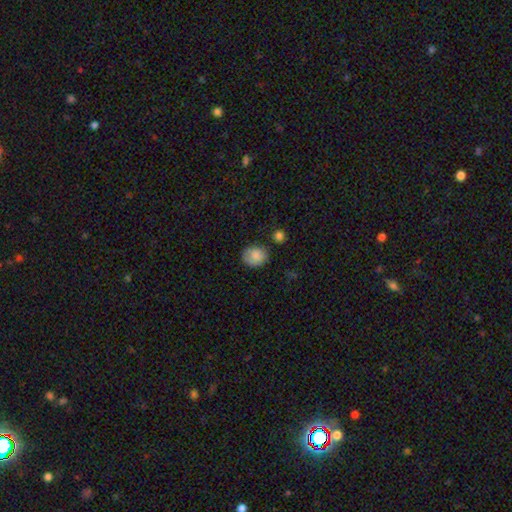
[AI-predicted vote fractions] This is clearly a smooth galaxy (84%). How rounded: likely round (66%). Merging: likely none (69%).